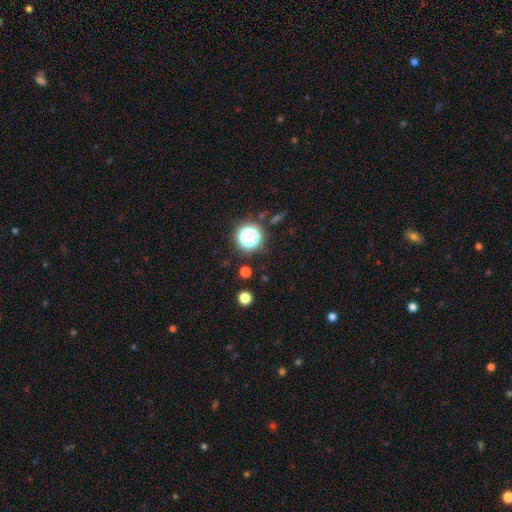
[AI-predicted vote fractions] star or artifact 74%, smooth 20%, featured or disk 6%.